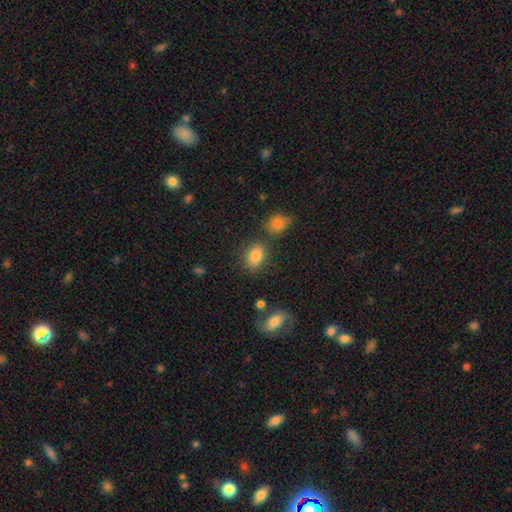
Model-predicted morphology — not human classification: smooth_or_featured: smooth (p=0.85) [alt: star or artifact p=0.09]
how_rounded: in between (p=0.80) [alt: round p=0.19]
merging: none (p=0.74) [alt: minor disturbance p=0.13]